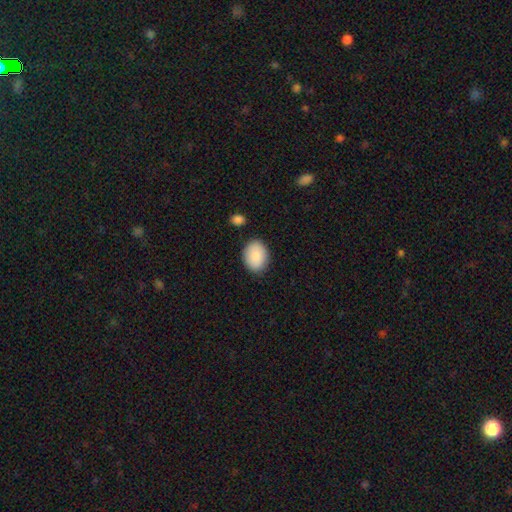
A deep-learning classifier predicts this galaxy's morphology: Overall: smooth (89%). How rounded: in between (71%). Merging: none (83%).